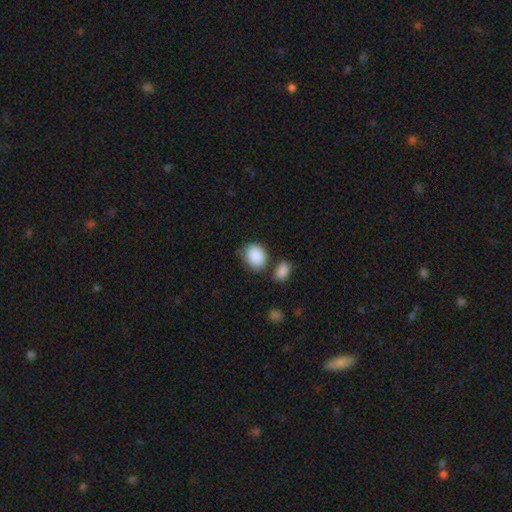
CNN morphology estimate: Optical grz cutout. It shows a smooth galaxy with no disk features (89%) that is in between round and cigar-shaped (52%). Merging: none (65%).